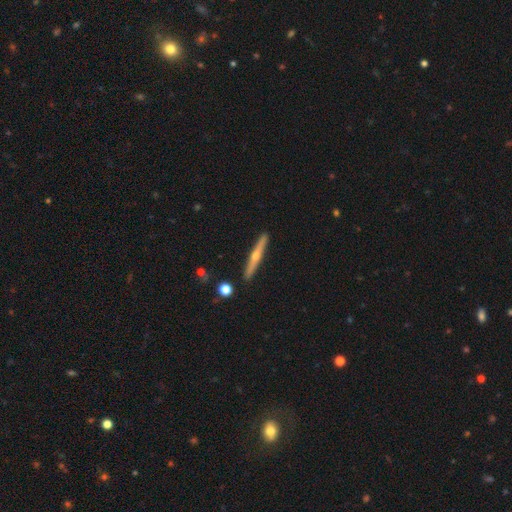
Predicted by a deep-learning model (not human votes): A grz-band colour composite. It shows a featured or disk galaxy (69%) viewed edge-on (97%) with a rounded central bulge (89%). Merging: none (91%).